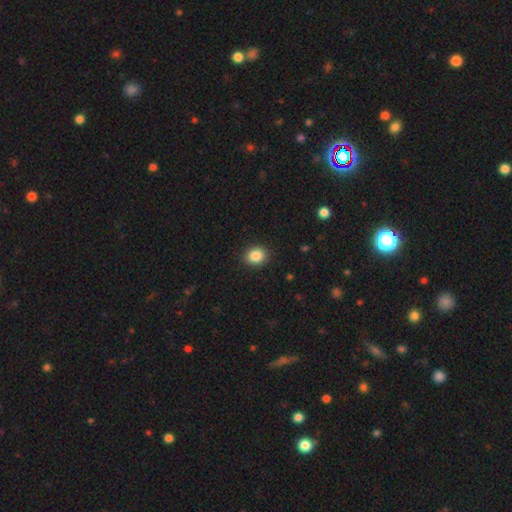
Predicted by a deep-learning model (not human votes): Smooth or featured: smooth — 86% (star or artifact — 9%)
How rounded: round — 61% (in between — 38%)
Merging: none — 90% (minor disturbance — 7%)